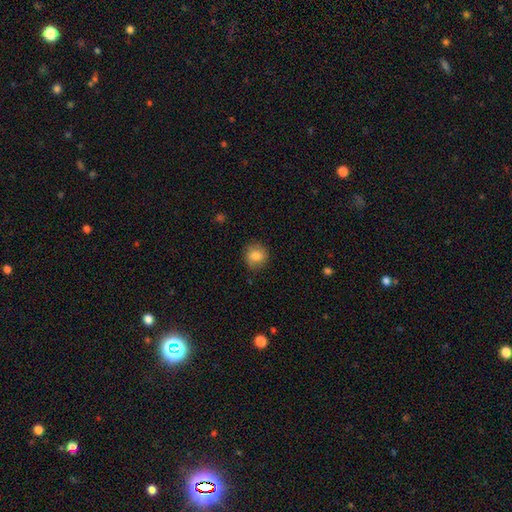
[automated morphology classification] Smooth or featured?
  - smooth: 82% *
  - featured or disk: 10%
  - star or artifact: 9%
How rounded?
  - round: 85% *
  - in between: 14%
  - cigar-shaped: 1%
Merging?
  - none: 81% *
  - minor disturbance: 15%
  - major disturbance: 4%
  - merger: 1%